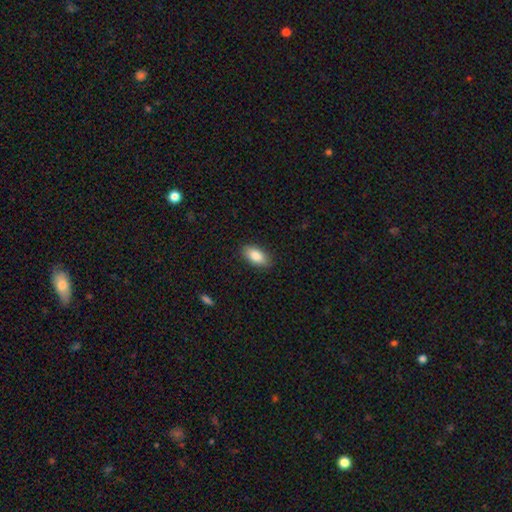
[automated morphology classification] The model was most divided on "merging": none: 88%, minor disturbance: 9%, major disturbance: 2%, merger: 1%. More confident: how rounded — in between (91%); smooth or featured — smooth (86%).